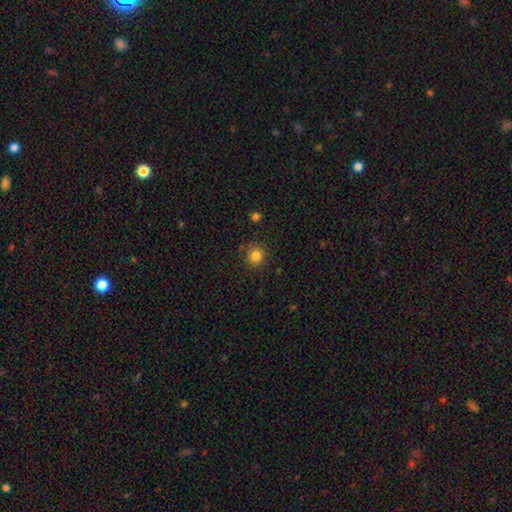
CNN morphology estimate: Smooth or featured?
  - smooth: 83% *
  - star or artifact: 12%
  - featured or disk: 5%
How rounded?
  - round: 90% *
  - in between: 9%
  - cigar-shaped: 1%
Merging?
  - none: 85% *
  - minor disturbance: 10%
  - merger: 3%
  - major disturbance: 3%